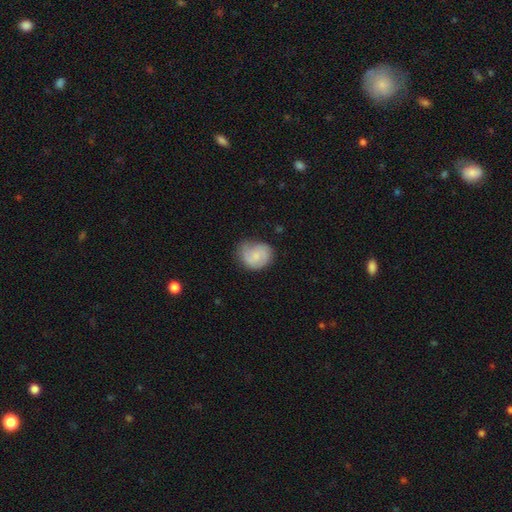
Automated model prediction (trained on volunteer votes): smooth_or_featured: smooth (p=0.49) [alt: featured or disk p=0.44]
merging: none (p=0.58) [alt: minor disturbance p=0.30]